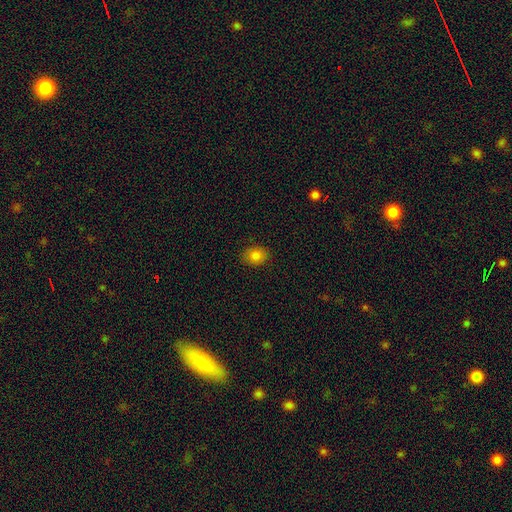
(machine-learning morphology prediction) smooth 83%, star or artifact 11%, featured or disk 5%. Down the decision tree: how rounded — in between (59%); merging — none (87%).